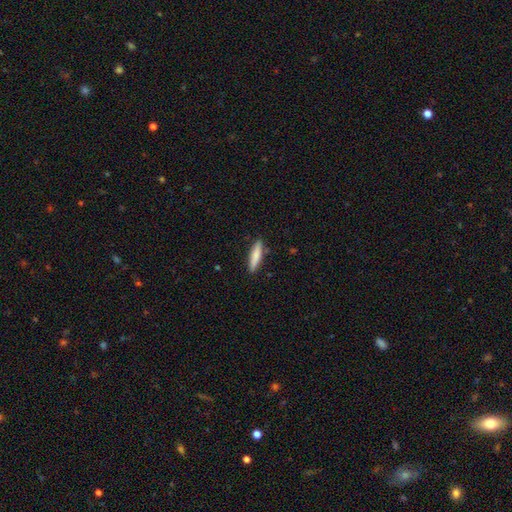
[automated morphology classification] A smooth galaxy with no disk features (77%) that is cigar-shaped (80%).

Vote fractions:
- Smooth or featured? smooth: 77% / featured or disk: 18% / star or artifact: 6%
- How rounded? cigar-shaped: 80% / in between: 19% / round: 2%
- Merging? none: 86% / minor disturbance: 10% / major disturbance: 2% / merger: 2%